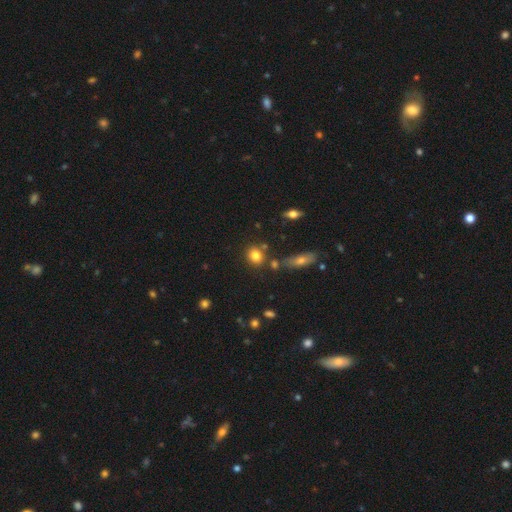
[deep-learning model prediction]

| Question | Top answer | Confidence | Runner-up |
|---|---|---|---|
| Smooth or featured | smooth | 81% | star or artifact (10%) |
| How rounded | round | 68% | in between (30%) |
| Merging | none | 75% | merger (11%) |